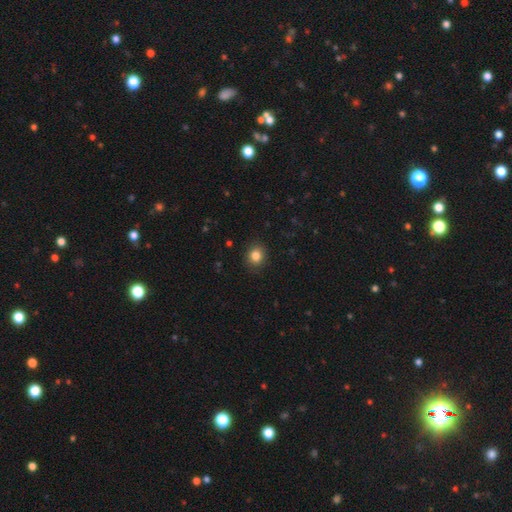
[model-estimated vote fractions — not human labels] smooth-or-featured: smooth: 84% | star or artifact: 11% | featured or disk: 5%
  how-rounded: round: 79% | in between: 21% | cigar-shaped: 1%
  merging: none: 89% | minor disturbance: 8% | major disturbance: 2% | merger: 1%